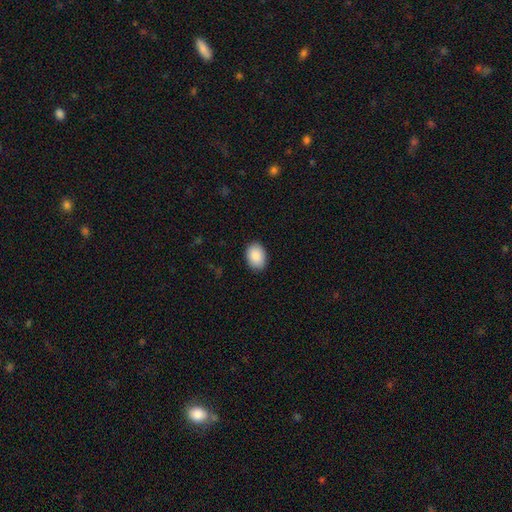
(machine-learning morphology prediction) Q: Smooth or featured?
A: smooth (90%); runner-up: star or artifact (7%)
Q: How rounded?
A: in between (79%); runner-up: round (20%)
Q: Merging?
A: none (89%); runner-up: minor disturbance (8%)